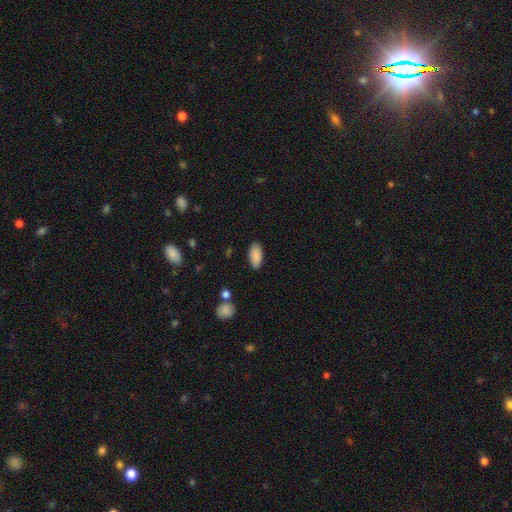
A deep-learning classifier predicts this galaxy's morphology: This is clearly a smooth galaxy (89%). How rounded: clearly in between (90%). Merging: clearly none (84%).